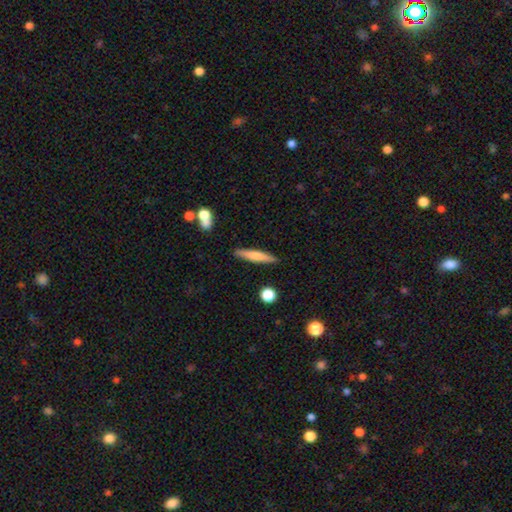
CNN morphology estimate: The model was most divided on "smooth or featured": smooth: 65%, featured or disk: 29%, star or artifact: 6%. More confident: how rounded — cigar-shaped (90%); merging — none (88%).